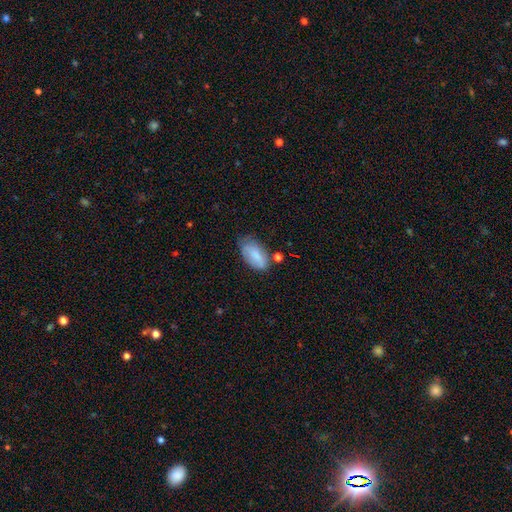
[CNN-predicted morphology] A smooth galaxy with no disk features (77%) that is in between round and cigar-shaped (92%).

Vote fractions:
- Smooth or featured? smooth: 77% / featured or disk: 15% / star or artifact: 7%
- How rounded? in between: 92% / cigar-shaped: 5% / round: 3%
- Merging? none: 54% / minor disturbance: 31% / major disturbance: 9% / merger: 7%